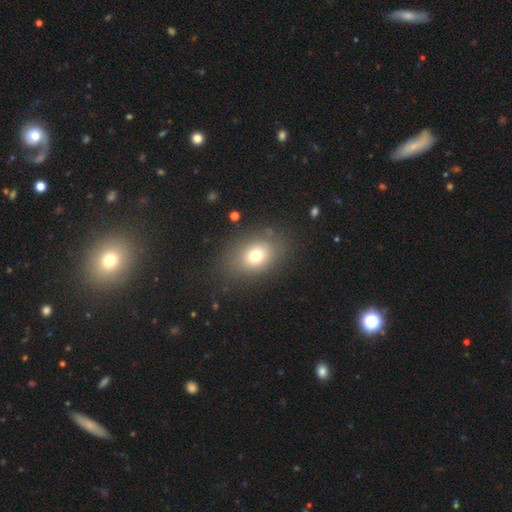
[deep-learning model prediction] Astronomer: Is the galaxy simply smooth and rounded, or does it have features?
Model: smooth — 73%.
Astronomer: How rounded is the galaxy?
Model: in between — 66%.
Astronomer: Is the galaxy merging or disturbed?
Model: none — 80%.